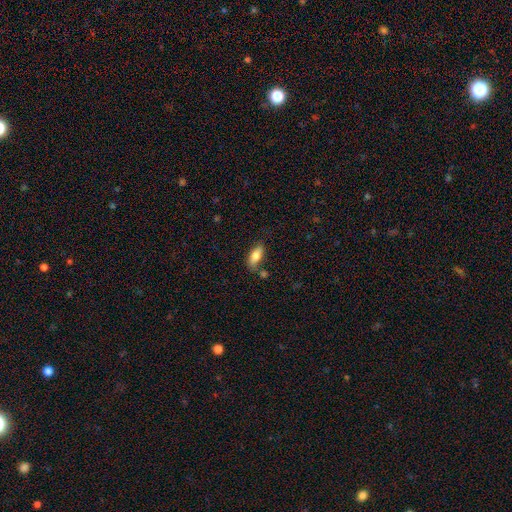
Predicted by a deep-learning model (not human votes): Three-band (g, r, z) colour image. It shows a smooth galaxy with no disk features (79%) that is in between round and cigar-shaped (83%). Merging: none (66%).